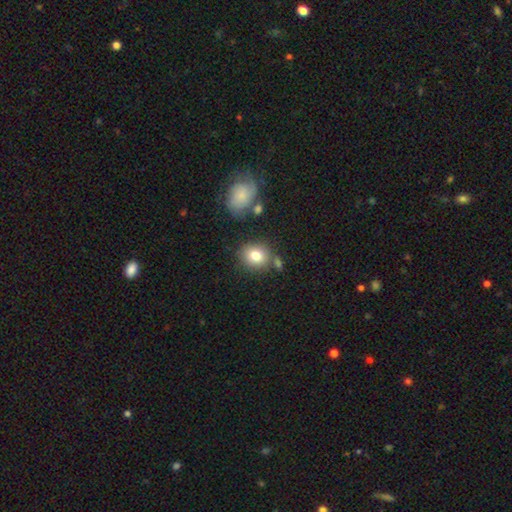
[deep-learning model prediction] smooth_or_featured: smooth (p=0.81) [alt: featured or disk p=0.10]
how_rounded: round (p=0.75) [alt: in between p=0.24]
merging: none (p=0.74) [alt: minor disturbance p=0.12]